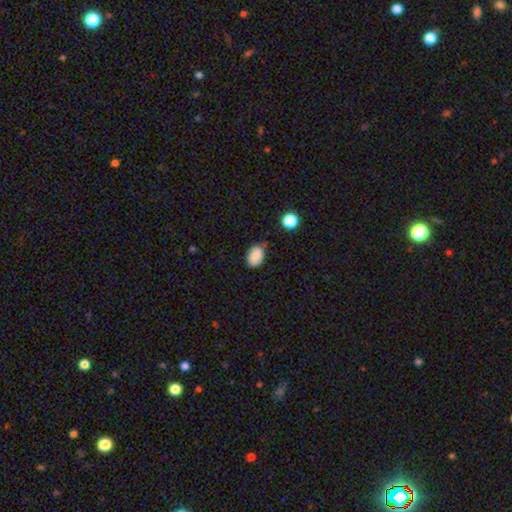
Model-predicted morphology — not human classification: This appears to be a smooth galaxy with no disk features (86%) that is in between round and cigar-shaped (81%). Merging: none (66%).